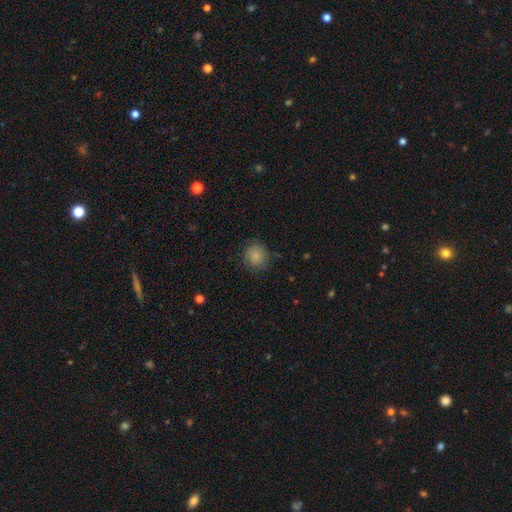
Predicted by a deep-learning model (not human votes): A smooth galaxy with no disk features (85%) that is round (86%).

Vote fractions:
- Smooth or featured? smooth: 85% / star or artifact: 9% / featured or disk: 6%
- How rounded? round: 86% / in between: 13% / cigar-shaped: 1%
- Merging? none: 80% / minor disturbance: 14% / major disturbance: 4% / merger: 1%